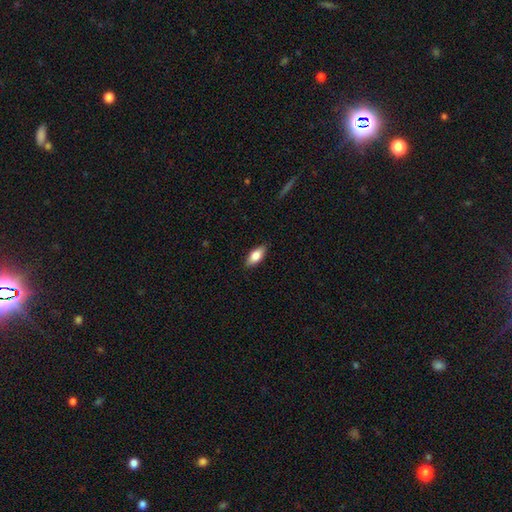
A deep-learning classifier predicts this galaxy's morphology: Smooth or featured? Predicted: smooth (p=0.75). How rounded? Predicted: in between (p=0.82). Merging? Predicted: none (p=0.88).